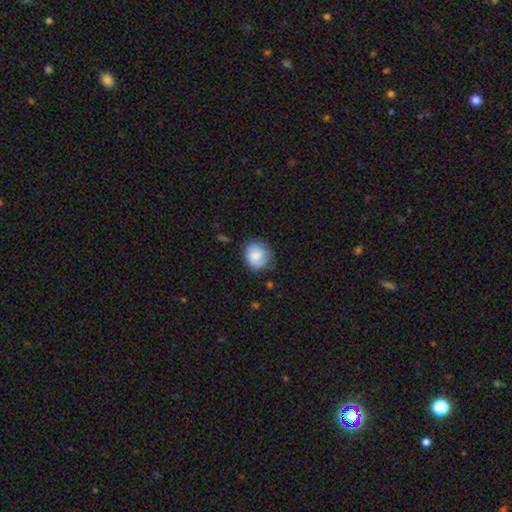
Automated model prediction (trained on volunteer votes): smooth_or_featured: smooth (p=0.78) [alt: featured or disk p=0.15]
how_rounded: round (p=0.79) [alt: in between p=0.20]
merging: none (p=0.71) [alt: minor disturbance p=0.21]